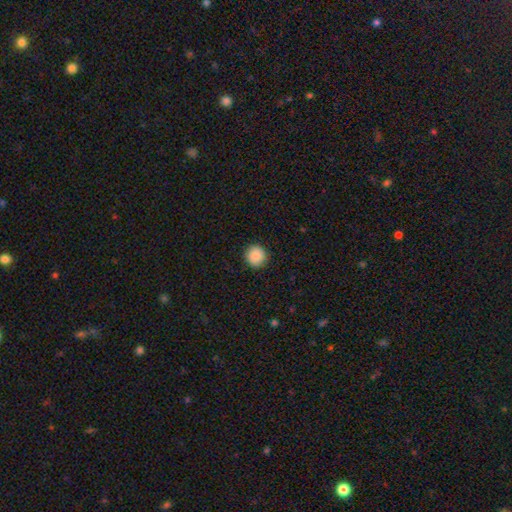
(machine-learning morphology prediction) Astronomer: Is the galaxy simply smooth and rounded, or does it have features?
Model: smooth — 89%.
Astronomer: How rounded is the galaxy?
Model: round — 93%.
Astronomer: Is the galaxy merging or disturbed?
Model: none — 92%.